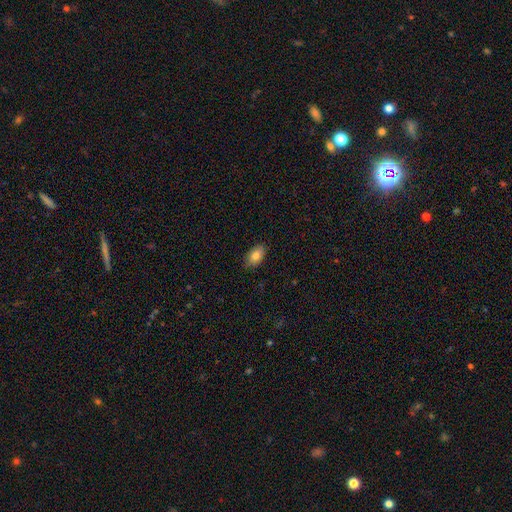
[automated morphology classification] Smooth or featured? smooth (84%)
How rounded? in between (91%)
Merging? none (85%)